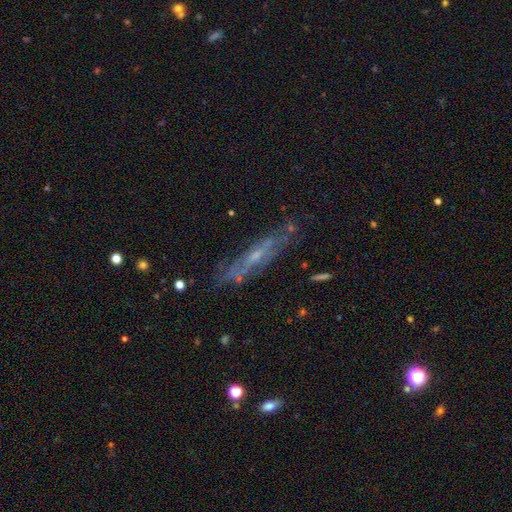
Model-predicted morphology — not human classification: This is likely a featured or disk galaxy (66%). It is possibly viewed edge-on (54%). Merging: likely none (73%).